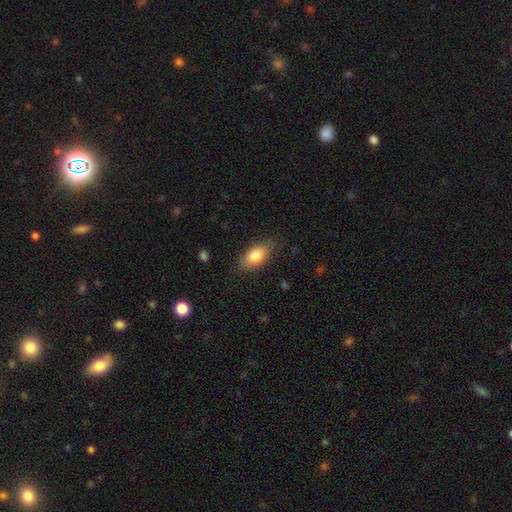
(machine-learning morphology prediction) type=smooth (81%); roundness=in between (86%); merging=none (79%).